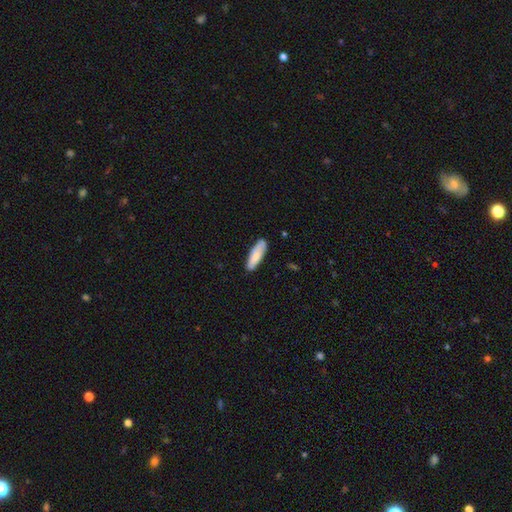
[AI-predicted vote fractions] Q: Smooth or featured?
A: smooth (82%); runner-up: featured or disk (13%)
Q: How rounded?
A: cigar-shaped (54%); runner-up: in between (44%)
Q: Merging?
A: none (83%); runner-up: minor disturbance (13%)